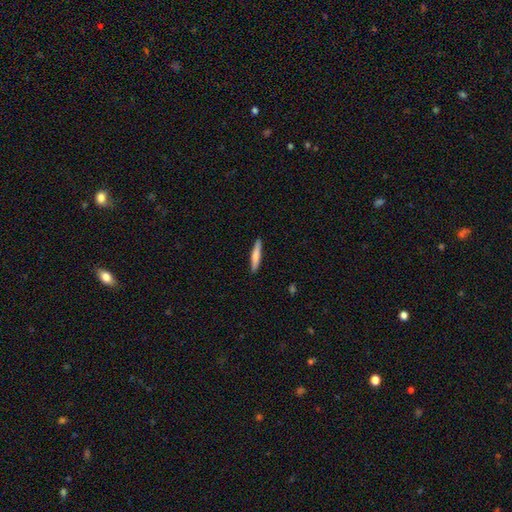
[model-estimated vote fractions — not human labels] Smooth or featured?
  - smooth: 70% *
  - featured or disk: 24%
  - star or artifact: 5%
How rounded?
  - cigar-shaped: 92% *
  - in between: 6%
  - round: 1%
Merging?
  - none: 91% *
  - minor disturbance: 7%
  - major disturbance: 1%
  - merger: 1%